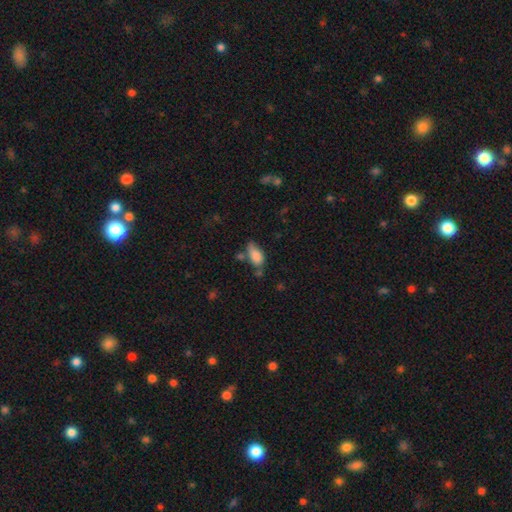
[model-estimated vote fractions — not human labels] Overall: smooth (83%). How rounded: in between (90%). Merging: none (45%; minor disturbance 30%).